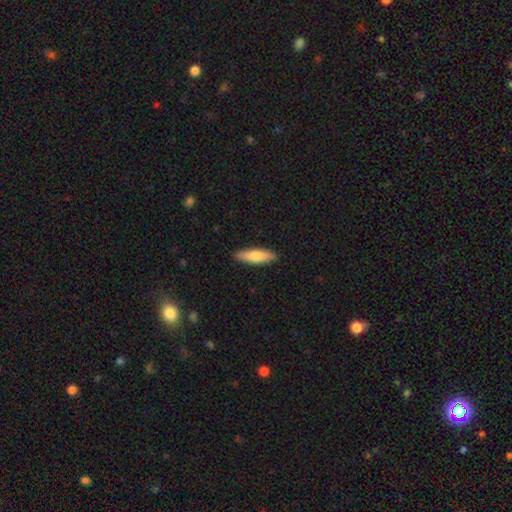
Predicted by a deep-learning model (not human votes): A smooth galaxy with no disk features (76%) that is cigar-shaped (57%).

Vote fractions:
- Smooth or featured? smooth: 76% / featured or disk: 19% / star or artifact: 5%
- How rounded? cigar-shaped: 57% / in between: 41% / round: 2%
- Merging? none: 90% / minor disturbance: 8% / major disturbance: 2% / merger: 1%